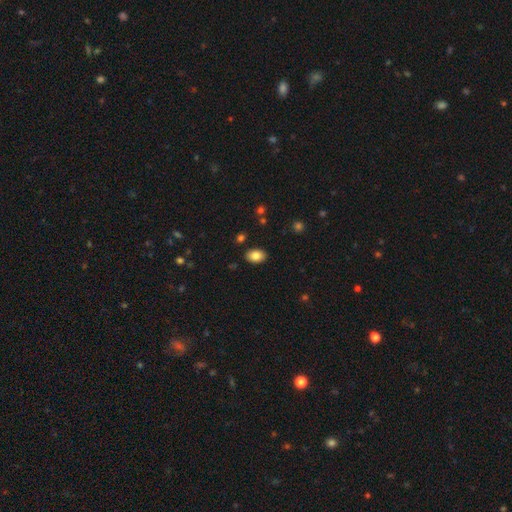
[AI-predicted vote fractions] Overall: smooth (84%). How rounded: in between (83%). Merging: none (88%).